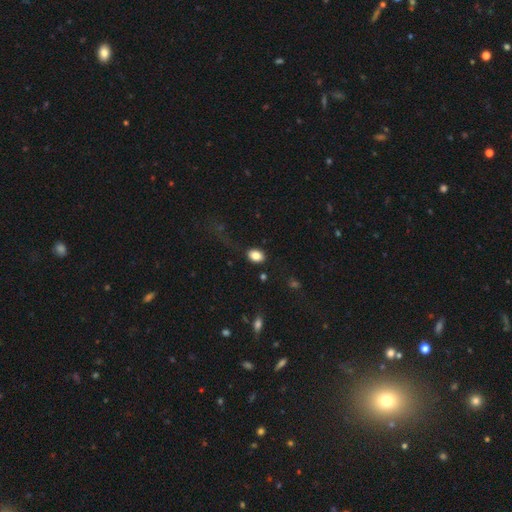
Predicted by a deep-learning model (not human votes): smooth-or-featured: smooth: 84% | star or artifact: 9% | featured or disk: 7%
  how-rounded: in between: 79% | round: 20% | cigar-shaped: 1%
  merging: none: 78% | minor disturbance: 13% | major disturbance: 7% | merger: 2%